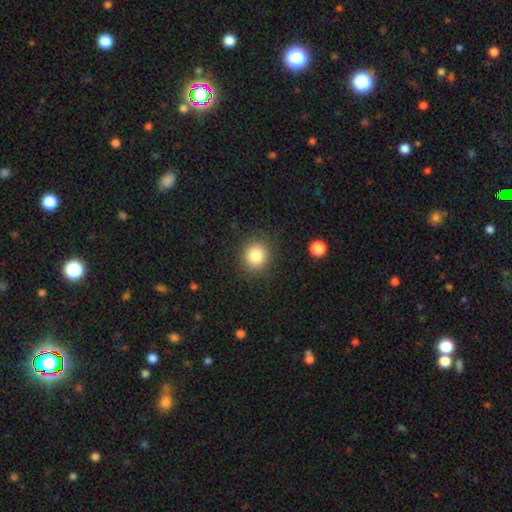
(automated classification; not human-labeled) Smooth or featured? smooth (84%)
How rounded? round (80%)
Merging? none (87%)